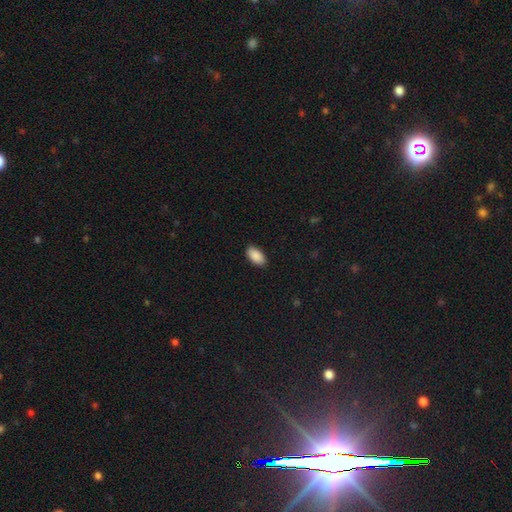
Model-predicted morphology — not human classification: Q: Smooth or featured?
A: smooth (90%); runner-up: star or artifact (7%)
Q: How rounded?
A: in between (95%); runner-up: round (3%)
Q: Merging?
A: none (89%); runner-up: minor disturbance (9%)